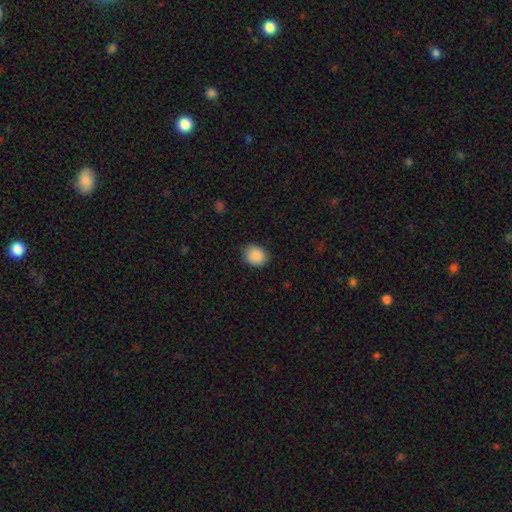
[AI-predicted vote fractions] smooth_or_featured: smooth (p=0.89) [alt: star or artifact p=0.08]
how_rounded: round (p=0.65) [alt: in between p=0.34]
merging: none (p=0.86) [alt: minor disturbance p=0.10]